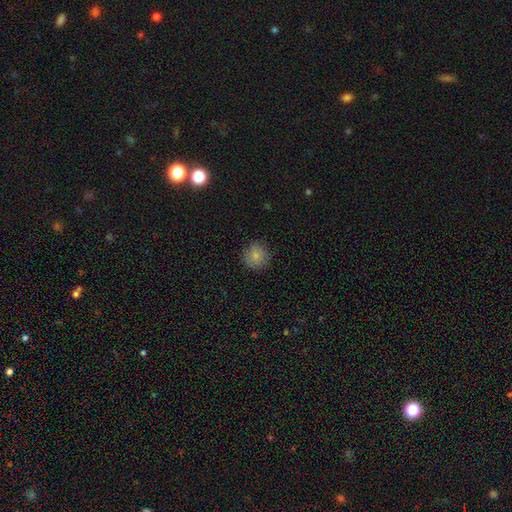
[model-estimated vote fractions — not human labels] A smooth galaxy with no disk features (84%) that is round (91%).

Vote fractions:
- Smooth or featured? smooth: 84% / star or artifact: 10% / featured or disk: 6%
- How rounded? round: 91% / in between: 8% / cigar-shaped: 1%
- Merging? none: 86% / minor disturbance: 10% / major disturbance: 2% / merger: 1%